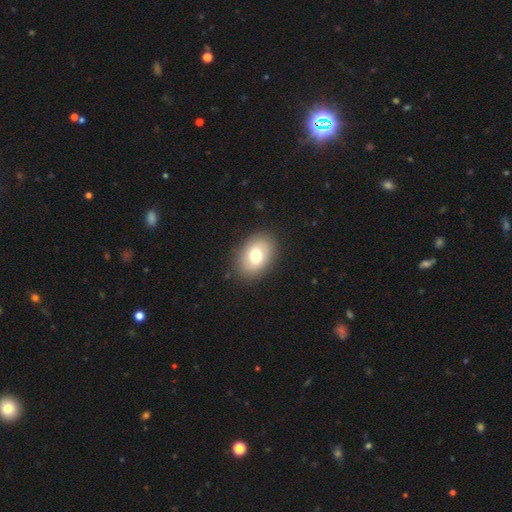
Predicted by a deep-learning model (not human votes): Smooth or featured? Predicted: smooth (p=0.74). How rounded? Predicted: in between (p=0.82). Merging? Predicted: none (p=0.86).